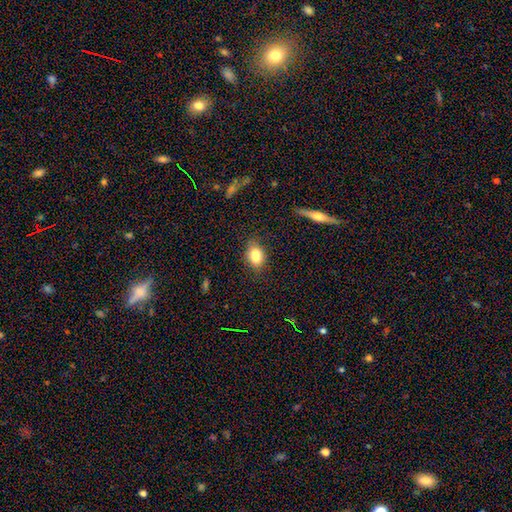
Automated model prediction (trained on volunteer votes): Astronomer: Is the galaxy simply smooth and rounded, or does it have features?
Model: smooth — 74%.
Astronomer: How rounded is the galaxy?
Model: in between — 69%.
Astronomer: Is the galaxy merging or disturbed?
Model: none — 52% (runner-up: merger, 27%).